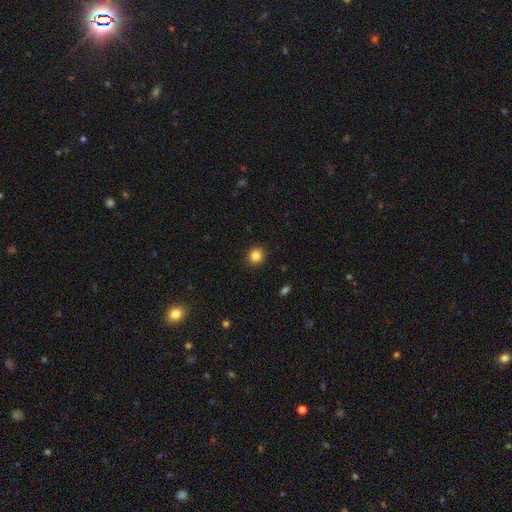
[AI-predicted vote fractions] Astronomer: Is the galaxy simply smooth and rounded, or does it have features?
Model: smooth — 84%.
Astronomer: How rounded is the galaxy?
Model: round — 89%.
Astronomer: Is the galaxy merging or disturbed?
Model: none — 92%.